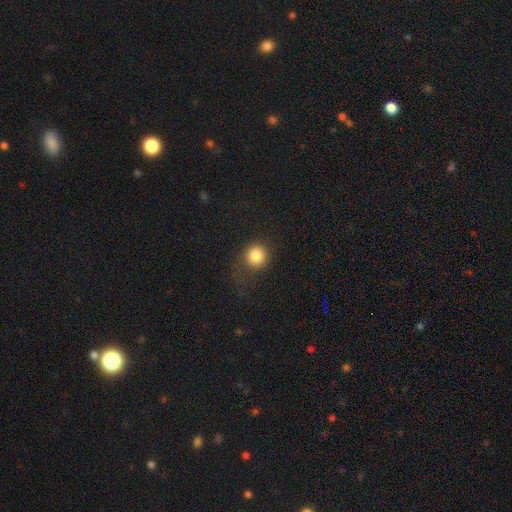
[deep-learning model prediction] This appears to be a smooth galaxy with no disk features (84%) that is round (88%). Merging: none (71%).